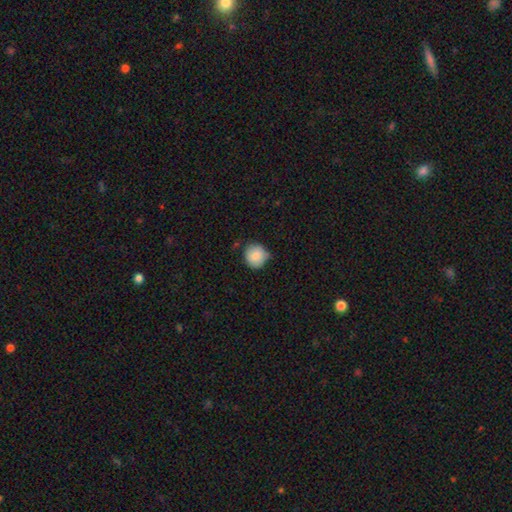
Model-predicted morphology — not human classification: Overall: smooth (86%). How rounded: round (92%). Merging: none (69%).